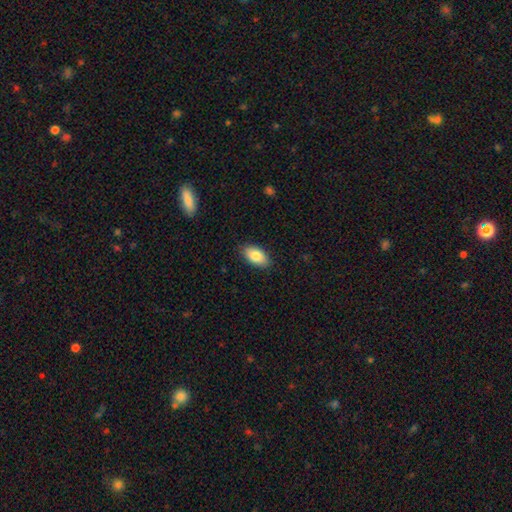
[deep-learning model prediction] Smooth or featured? Predicted: smooth (p=0.84). How rounded? Predicted: in between (p=0.94). Merging? Predicted: none (p=0.87).